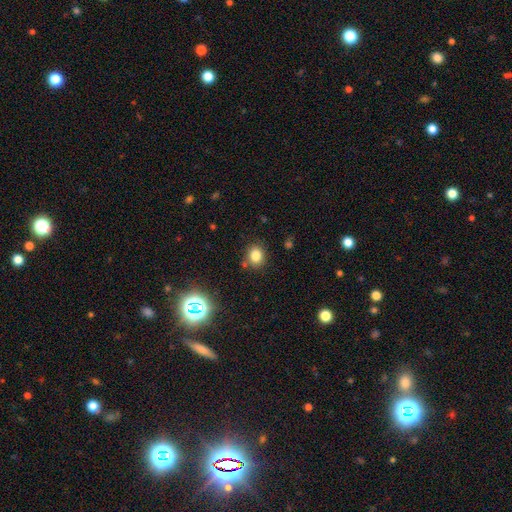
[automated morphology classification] This appears to be a smooth galaxy with no disk features (80%) that is round (66%). Merging: none (81%).